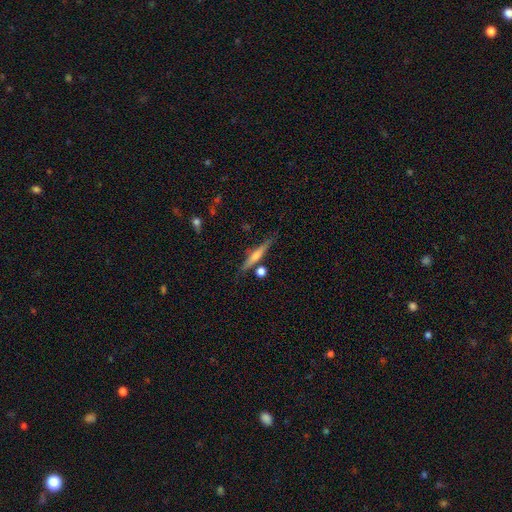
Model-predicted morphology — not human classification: smooth-or-featured: featured or disk: 62% | smooth: 30% | star or artifact: 7%
  disk-edge-on: yes: 97% | no: 3%
    edge-on-bulge: rounded: 74% | none: 16% | boxy: 10%
  merging: none: 82% | minor disturbance: 10% | merger: 5% | major disturbance: 2%